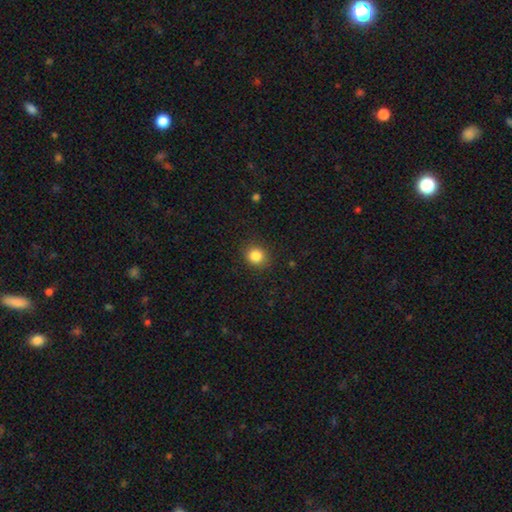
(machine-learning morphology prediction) The model was most divided on "how rounded": round: 79%, in between: 20%, cigar-shaped: 1%. More confident: merging — none (88%); smooth or featured — smooth (85%).